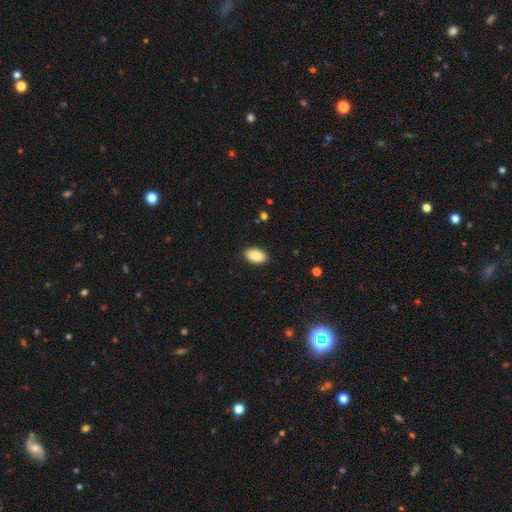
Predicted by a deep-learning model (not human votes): smooth-or-featured: smooth: 89% | star or artifact: 7% | featured or disk: 4%
  how-rounded: in between: 93% | round: 5% | cigar-shaped: 1%
  merging: none: 89% | minor disturbance: 8% | major disturbance: 2% | merger: 1%